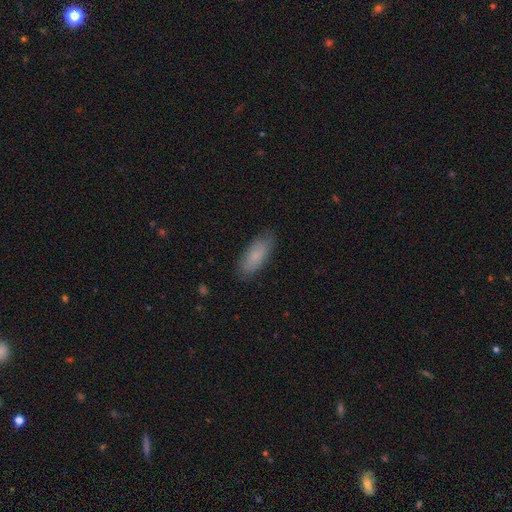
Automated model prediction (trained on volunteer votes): The model was most divided on "how rounded": in between: 72%, cigar-shaped: 26%, round: 2%. More confident: merging — none (84%); smooth or featured — smooth (83%).